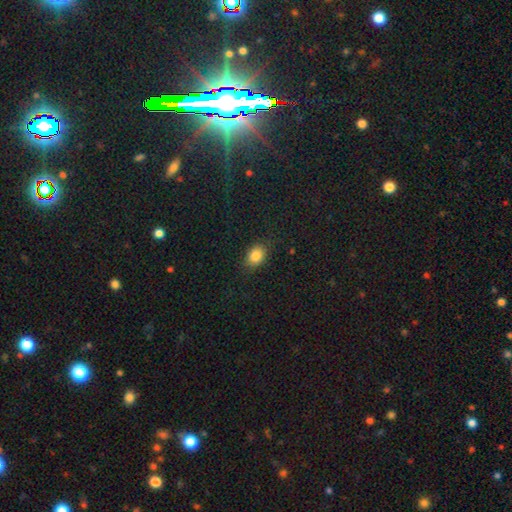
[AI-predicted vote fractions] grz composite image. It shows a smooth galaxy with no disk features (83%) that is in between round and cigar-shaped (68%). Merging: none (83%).